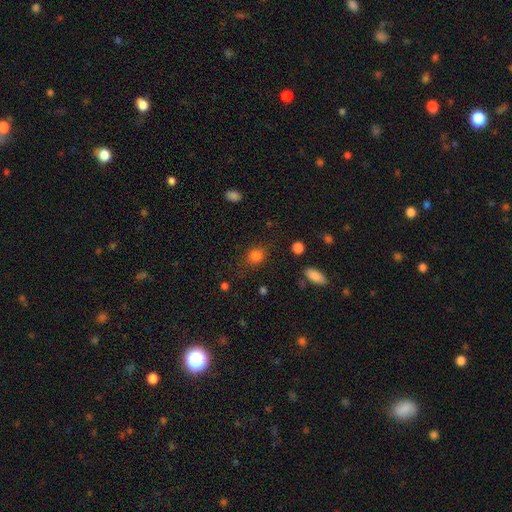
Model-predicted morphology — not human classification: Smooth or featured: smooth — 82% (star or artifact — 13%)
How rounded: round — 62% (in between — 37%)
Merging: none — 74% (minor disturbance — 16%)